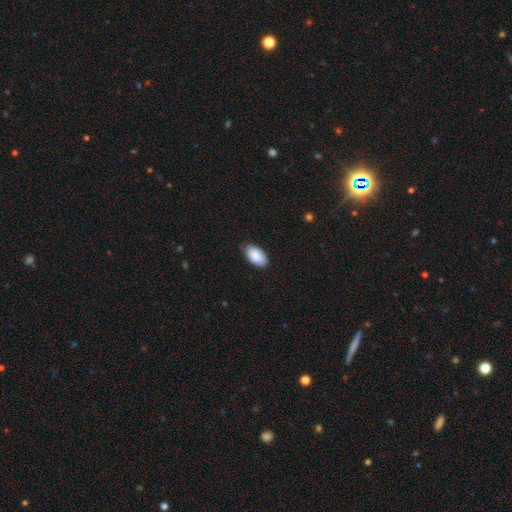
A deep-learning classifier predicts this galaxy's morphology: Smooth or featured? Predicted: smooth (p=0.90). How rounded? Predicted: in between (p=0.96). Merging? Predicted: none (p=0.83).